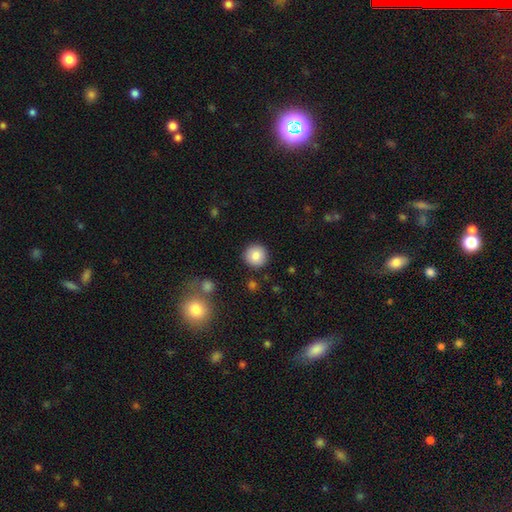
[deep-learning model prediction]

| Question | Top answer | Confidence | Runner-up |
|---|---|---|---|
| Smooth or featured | smooth | 85% | star or artifact (9%) |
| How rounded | round | 95% | in between (4%) |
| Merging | none | 90% | minor disturbance (6%) |